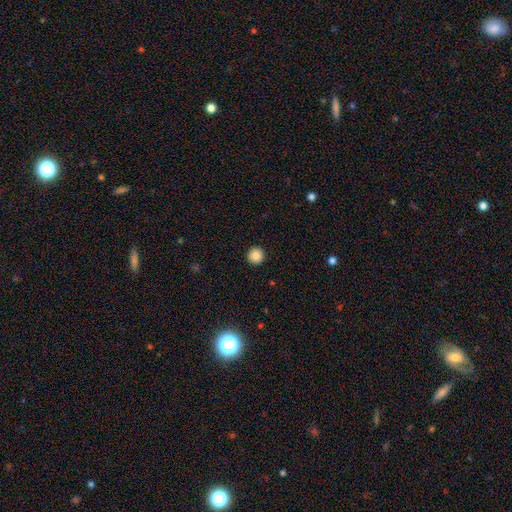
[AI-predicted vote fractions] Morphology: type=smooth (86%); roundness=round (96%); merging=none (93%).